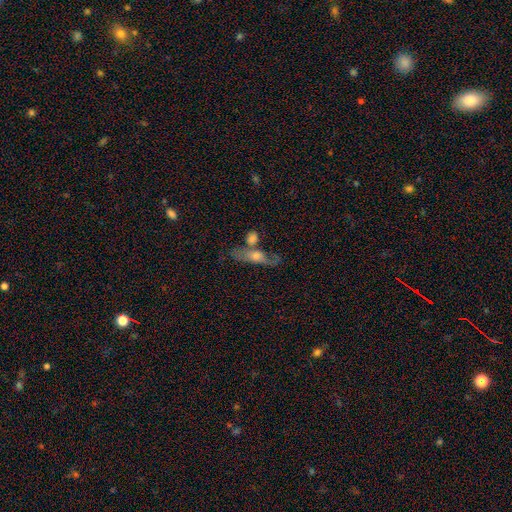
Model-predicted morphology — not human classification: A featured or disk galaxy (53%) viewed edge-on (61%).

Vote fractions:
- Smooth or featured? featured or disk: 53% / smooth: 36% / star or artifact: 11%
- Edge-on disk? yes: 61% / no: 39%
- Merging? none: 51% / merger: 22% / minor disturbance: 17% / major disturbance: 10%